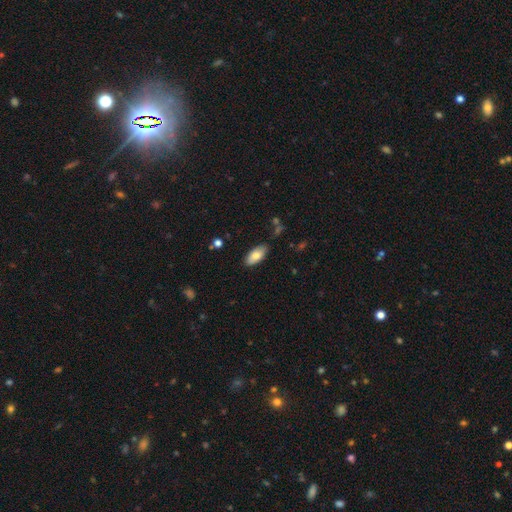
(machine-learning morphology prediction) smooth_or_featured: smooth (p=0.80) [alt: featured or disk p=0.13]
how_rounded: in between (p=0.90) [alt: cigar-shaped p=0.08]
merging: none (p=0.82) [alt: minor disturbance p=0.13]